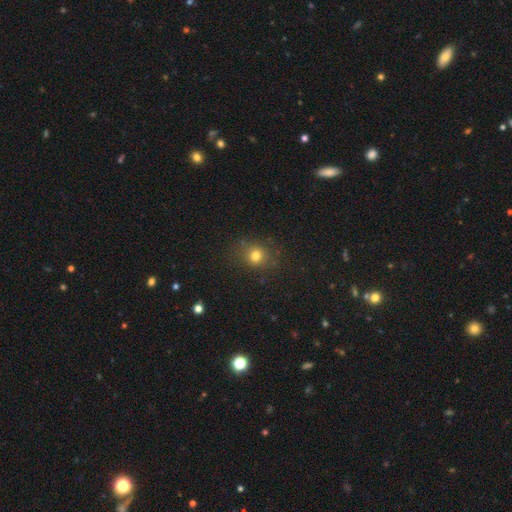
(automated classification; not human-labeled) A smooth galaxy with no disk features (76%) that is round (75%).

Vote fractions:
- Smooth or featured? smooth: 76% / star or artifact: 16% / featured or disk: 8%
- How rounded? round: 75% / in between: 23% / cigar-shaped: 1%
- Merging? none: 81% / minor disturbance: 13% / major disturbance: 5% / merger: 2%